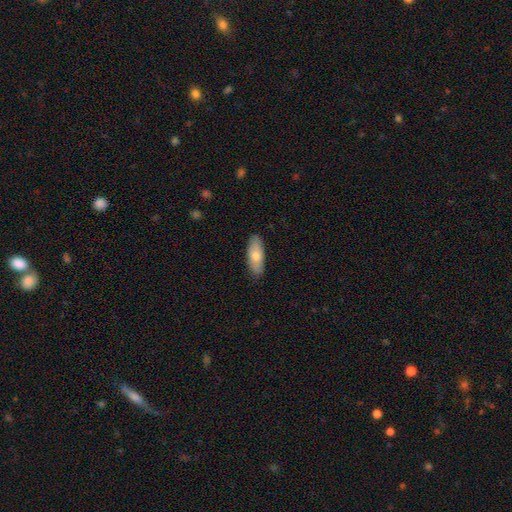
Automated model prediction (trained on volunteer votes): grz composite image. It shows a smooth galaxy with no disk features (70%) that is in between round and cigar-shaped (79%). Merging: none (87%).